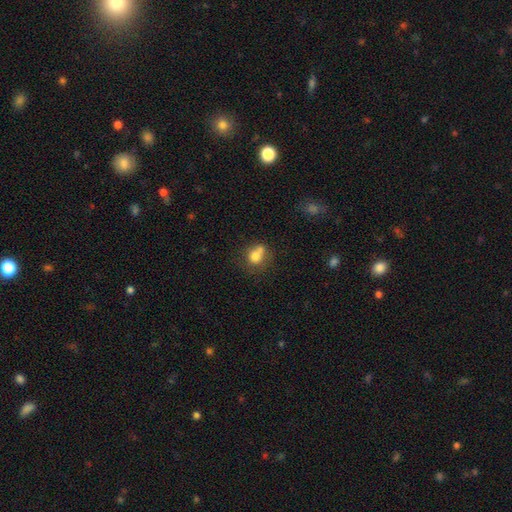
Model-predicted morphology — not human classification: type=smooth (75%); roundness=round (63%); merging=merger (40%).